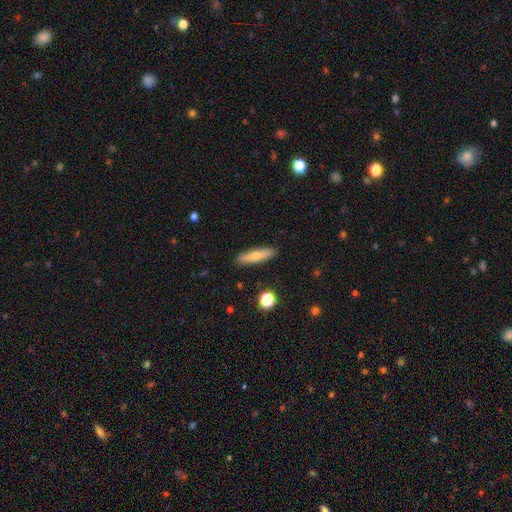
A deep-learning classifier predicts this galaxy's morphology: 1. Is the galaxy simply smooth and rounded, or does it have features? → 65% smooth, 28% featured or disk, 7% star or artifact.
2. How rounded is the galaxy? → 77% cigar-shaped, 21% in between, 2% round.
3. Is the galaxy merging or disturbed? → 89% none, 8% minor disturbance, 2% major disturbance, 1% merger.